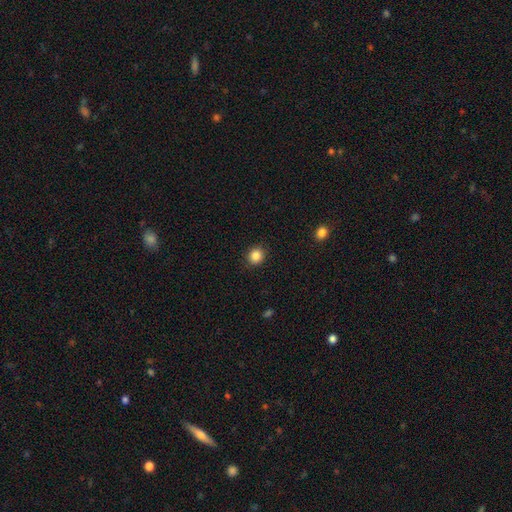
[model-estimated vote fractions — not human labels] smooth_or_featured: smooth (p=0.86) [alt: star or artifact p=0.10]
how_rounded: round (p=0.81) [alt: in between p=0.18]
merging: none (p=0.90) [alt: minor disturbance p=0.07]